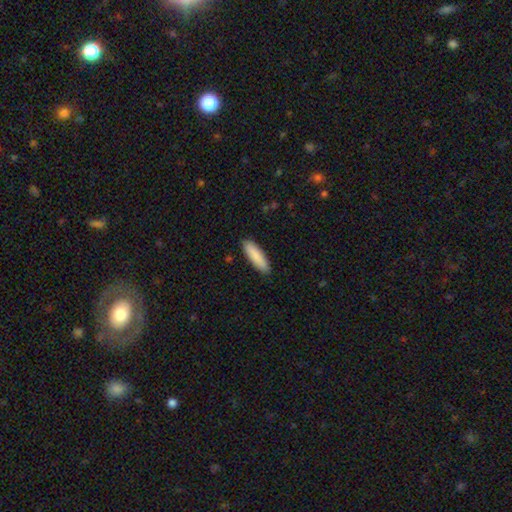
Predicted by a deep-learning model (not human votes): A smooth galaxy with no disk features (88%) that is cigar-shaped (61%). Merging: none (90%).